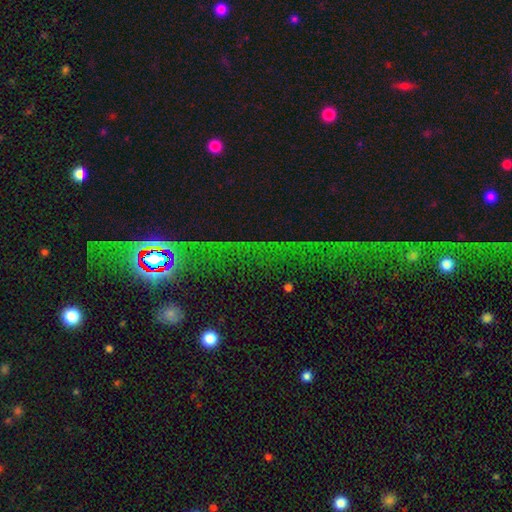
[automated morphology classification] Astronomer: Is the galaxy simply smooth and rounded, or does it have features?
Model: star or artifact — 80%.